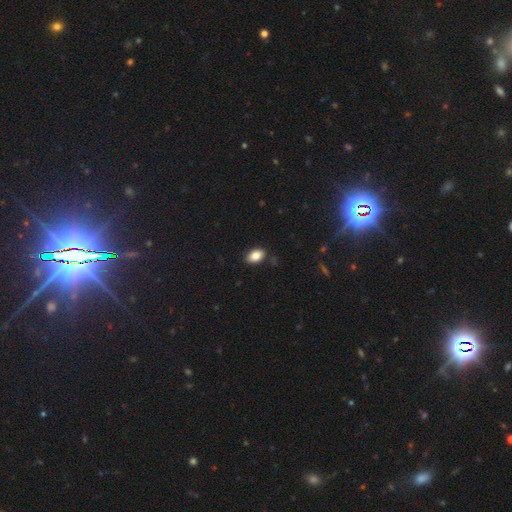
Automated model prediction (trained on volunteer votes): The model was most divided on "smooth or featured": smooth: 85%, star or artifact: 8%, featured or disk: 7%. More confident: how rounded — in between (89%); merging — none (87%).